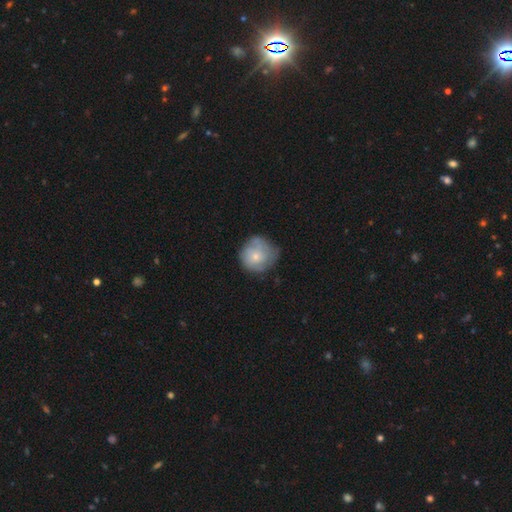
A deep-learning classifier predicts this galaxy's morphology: smooth 61%, featured or disk 32%, star or artifact 7%. Down the decision tree: how rounded — round (87%); merging — none (56%).